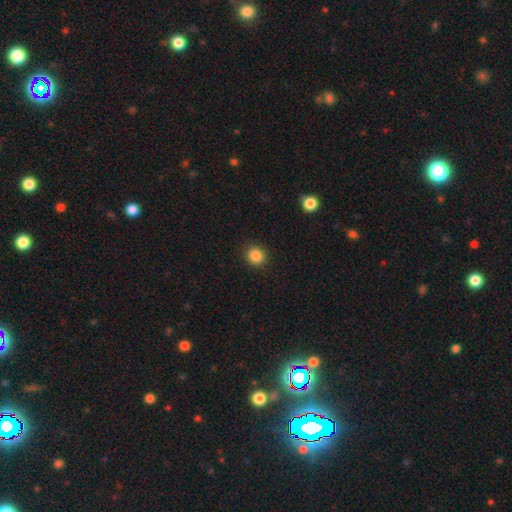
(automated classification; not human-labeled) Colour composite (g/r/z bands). It shows a smooth galaxy with no disk features (86%) that is round (88%). Merging: none (91%).